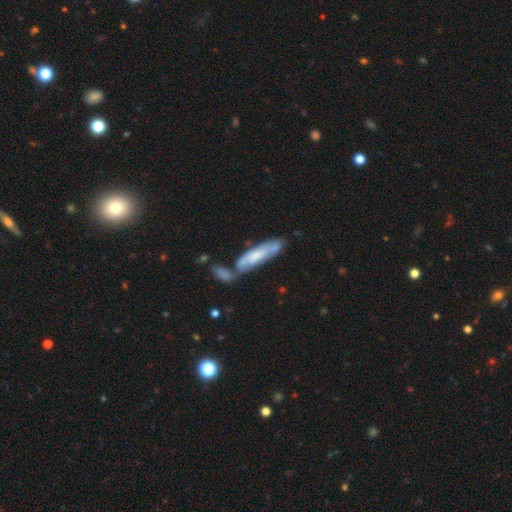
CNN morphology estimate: The model was most divided on "smooth or featured": smooth: 50%, featured or disk: 44%, star or artifact: 6%. Remaining: merging — none (45%).